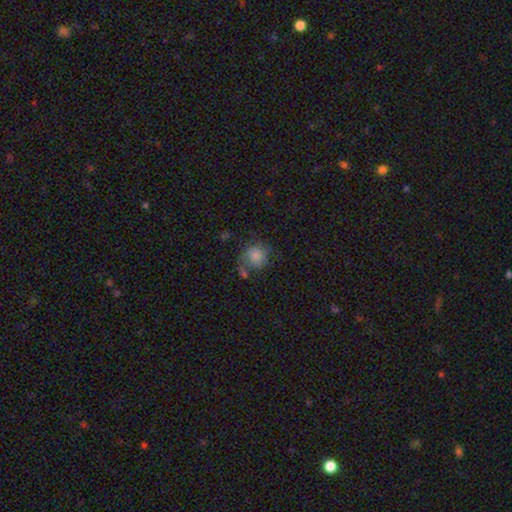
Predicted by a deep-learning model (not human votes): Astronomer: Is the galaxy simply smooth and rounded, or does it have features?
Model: smooth — 73%.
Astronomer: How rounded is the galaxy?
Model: round — 80%.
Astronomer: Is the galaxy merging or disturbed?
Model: none — 45% (runner-up: minor disturbance, 24%).